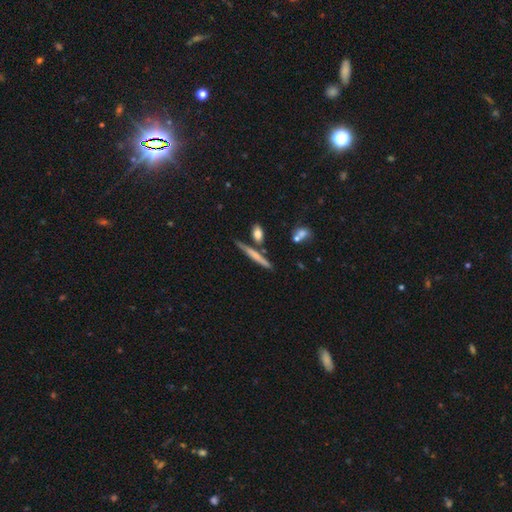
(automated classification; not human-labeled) A smooth galaxy with no disk features (53%) that is cigar-shaped (92%). Merging: none (75%).